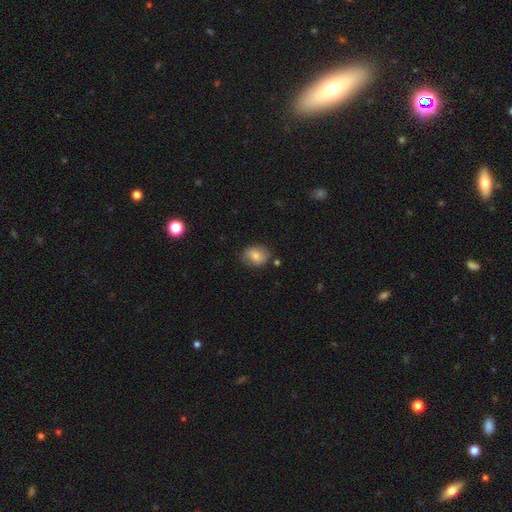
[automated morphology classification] Overall: smooth (78%). How rounded: in between (52%; round 46%). Merging: none (76%).